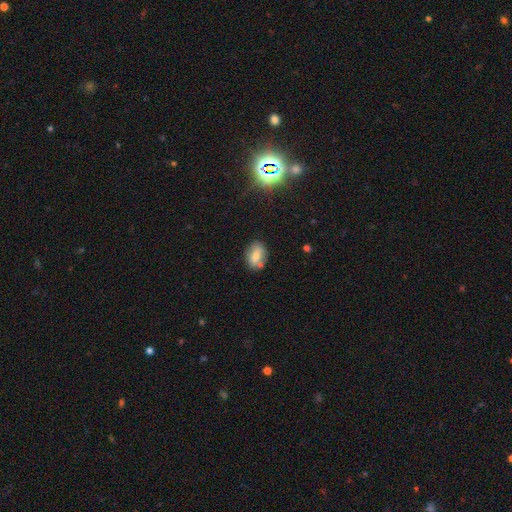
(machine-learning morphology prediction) Q: Smooth or featured?
A: smooth (69%); runner-up: featured or disk (21%)
Q: How rounded?
A: in between (81%); runner-up: round (15%)
Q: Merging?
A: none (70%); runner-up: minor disturbance (17%)